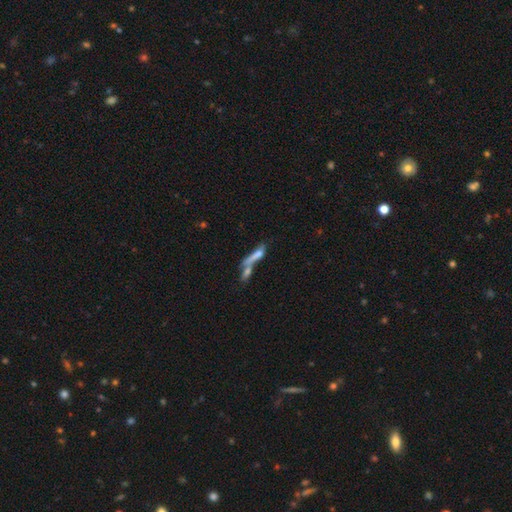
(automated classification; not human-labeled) A smooth galaxy with no disk features (57%) that is cigar-shaped (71%). Merging: merger (57%).